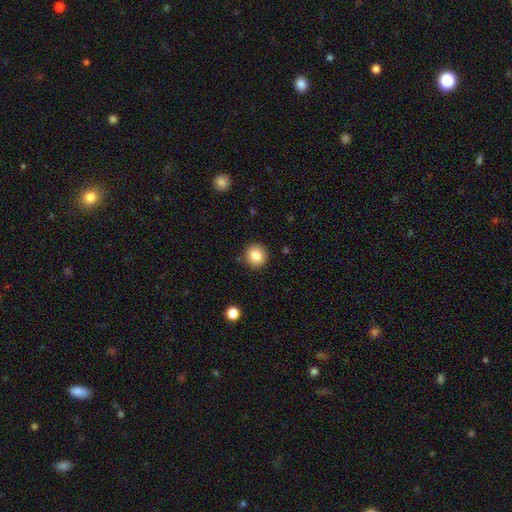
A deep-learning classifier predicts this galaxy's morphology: Smooth or featured? Predicted: smooth (p=0.83). How rounded? Predicted: round (p=0.91). Merging? Predicted: none (p=0.90).